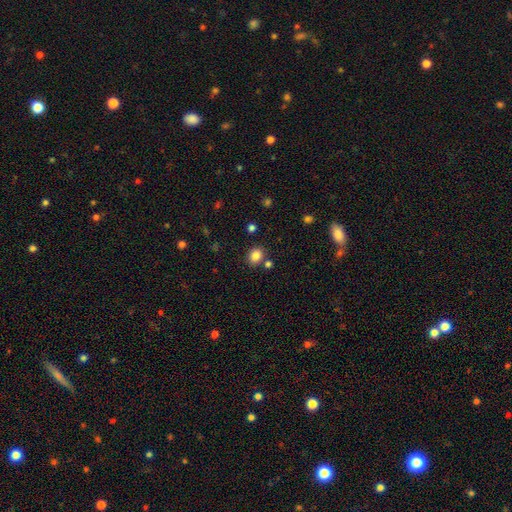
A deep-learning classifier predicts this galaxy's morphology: A smooth galaxy with no disk features (83%) that is round (60%).

Vote fractions:
- Smooth or featured? smooth: 83% / star or artifact: 11% / featured or disk: 6%
- How rounded? round: 60% / in between: 40% / cigar-shaped: 1%
- Merging? none: 79% / minor disturbance: 9% / merger: 9% / major disturbance: 3%